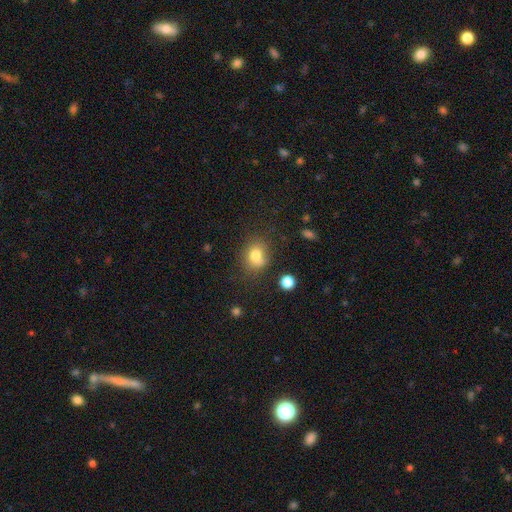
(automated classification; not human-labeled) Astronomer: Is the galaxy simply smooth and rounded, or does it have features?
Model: smooth — 77%.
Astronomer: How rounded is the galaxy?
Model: round — 62% (runner-up: in between, 37%).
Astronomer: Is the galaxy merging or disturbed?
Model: none — 60%.